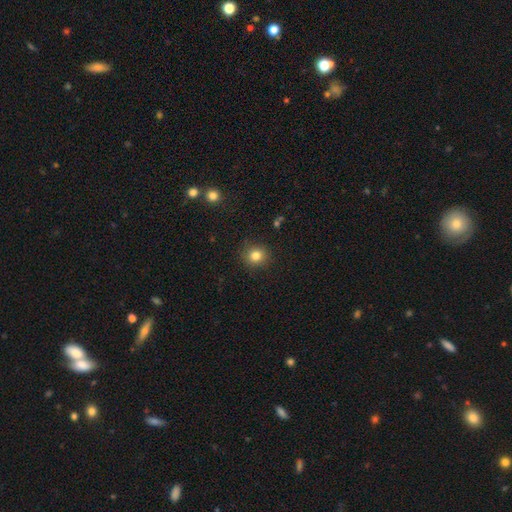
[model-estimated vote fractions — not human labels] The model was most divided on "smooth or featured": smooth: 82%, star or artifact: 12%, featured or disk: 6%. More confident: how rounded — round (88%); merging — none (88%).